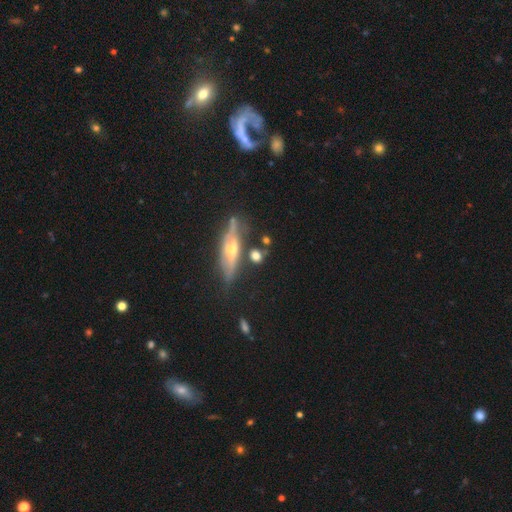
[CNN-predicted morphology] smooth_or_featured: smooth (p=0.47) [alt: featured or disk p=0.41]
merging: none (p=0.71) [alt: minor disturbance p=0.15]